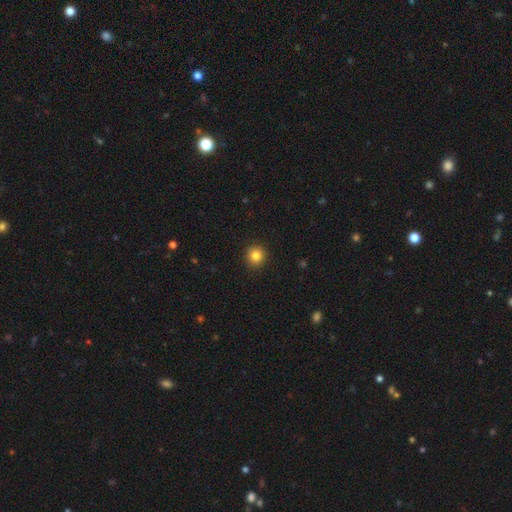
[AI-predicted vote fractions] This appears to be a smooth galaxy with no disk features (84%) that is round (92%). Merging: none (92%).